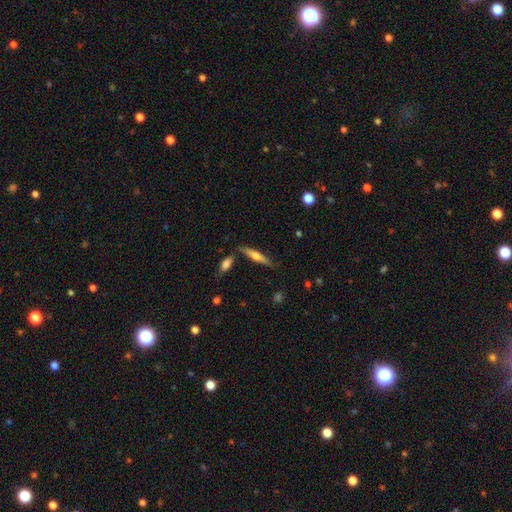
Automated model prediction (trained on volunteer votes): smooth_or_featured: featured or disk (p=0.50) [alt: smooth p=0.44]
merging: none (p=0.77) [alt: minor disturbance p=0.12]